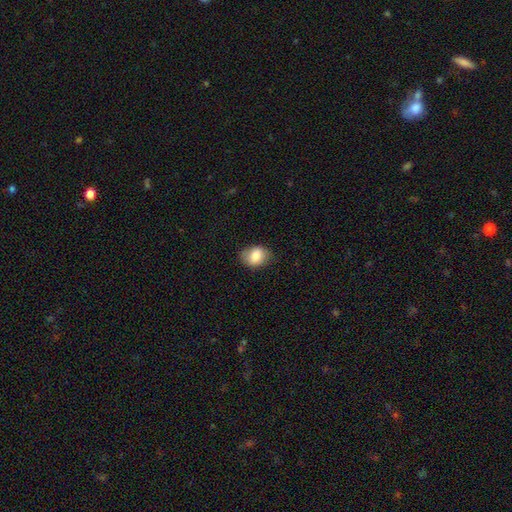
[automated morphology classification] type=smooth (81%); roundness=in between (64%); merging=none (76%).